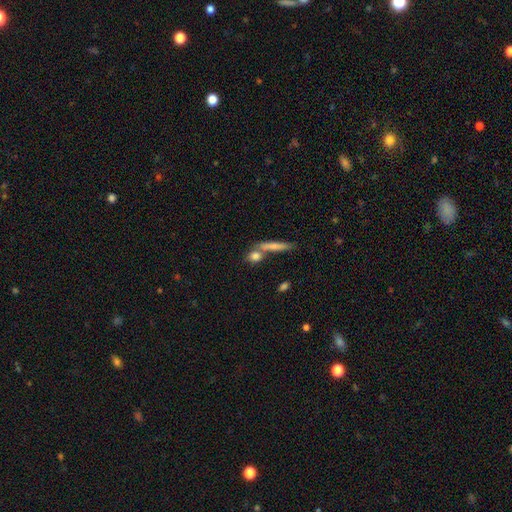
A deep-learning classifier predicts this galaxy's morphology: A smooth galaxy with no disk features (76%) that is round (52%). Merging: none (57%).